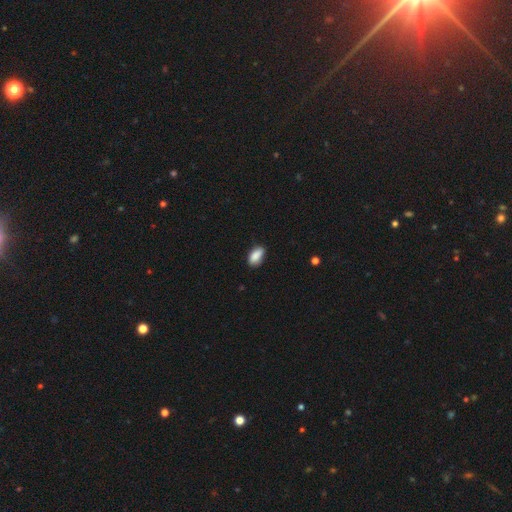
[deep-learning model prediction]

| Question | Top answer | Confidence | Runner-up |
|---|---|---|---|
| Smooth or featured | smooth | 87% | star or artifact (7%) |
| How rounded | in between | 90% | cigar-shaped (6%) |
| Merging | none | 75% | minor disturbance (21%) |